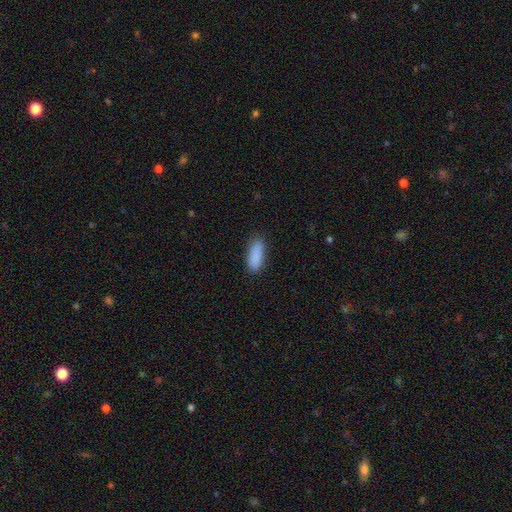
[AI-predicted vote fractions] The model was most divided on "how rounded": in between: 71%, cigar-shaped: 27%, round: 2%. More confident: smooth or featured — smooth (89%); merging — none (84%).